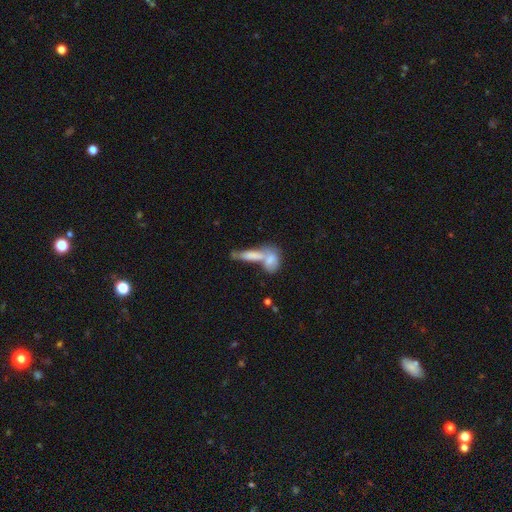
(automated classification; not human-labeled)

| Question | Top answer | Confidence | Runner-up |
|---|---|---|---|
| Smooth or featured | smooth | 57% | featured or disk (32%) |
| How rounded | in between | 55% | cigar-shaped (39%) |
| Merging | merger | 62% | none (24%) |